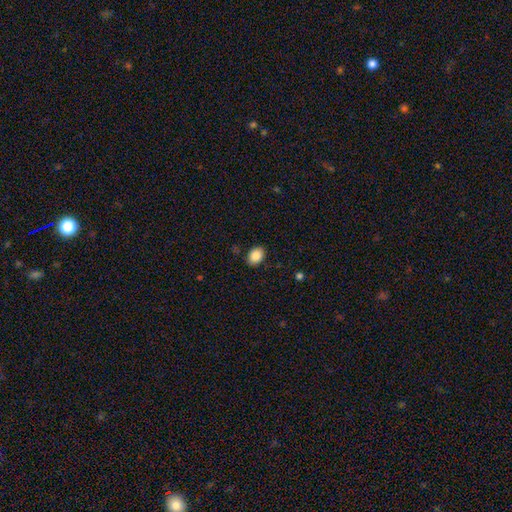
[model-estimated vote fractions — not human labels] Overall: smooth (86%). How rounded: in between (70%). Merging: none (88%).